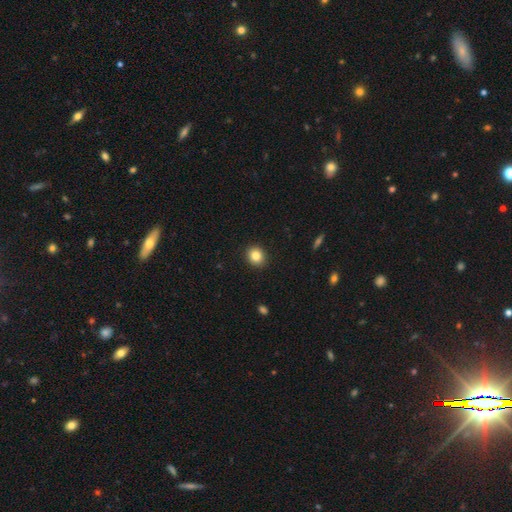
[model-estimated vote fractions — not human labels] Q: Smooth or featured?
A: smooth (84%); runner-up: star or artifact (10%)
Q: How rounded?
A: round (80%); runner-up: in between (19%)
Q: Merging?
A: none (92%); runner-up: minor disturbance (6%)